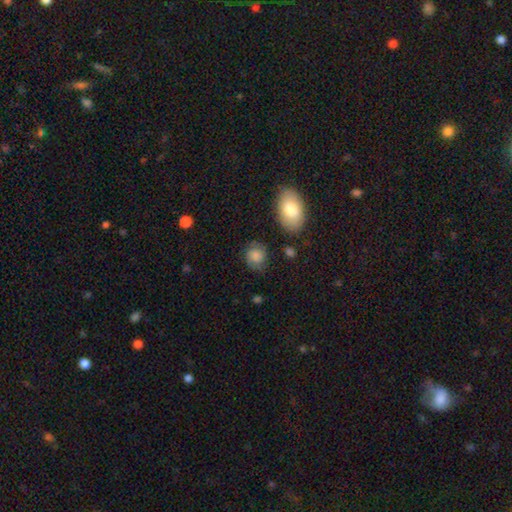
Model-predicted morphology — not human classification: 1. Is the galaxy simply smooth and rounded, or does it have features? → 75% smooth, 16% featured or disk, 9% star or artifact.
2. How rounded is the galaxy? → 72% round, 27% in between, 1% cigar-shaped.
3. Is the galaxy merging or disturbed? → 72% none, 19% minor disturbance, 6% major disturbance, 3% merger.